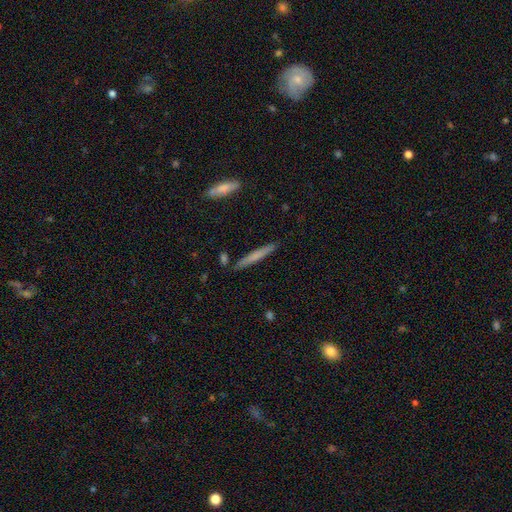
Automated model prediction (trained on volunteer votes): Morphology: type=smooth (61%); roundness=cigar-shaped (95%); merging=none (88%).